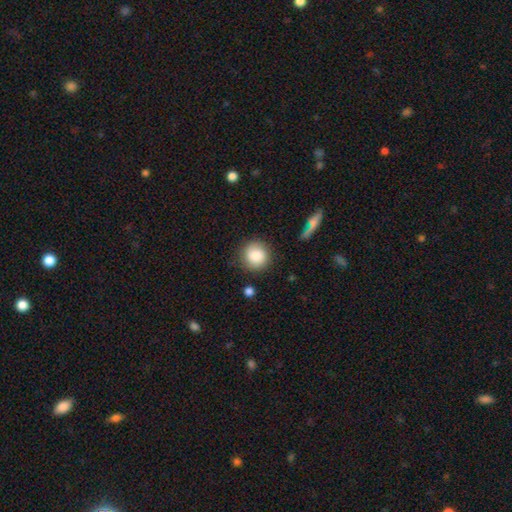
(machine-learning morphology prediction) The model was most divided on "merging": none: 82%, minor disturbance: 12%, major disturbance: 3%, merger: 2%. More confident: how rounded — round (91%); smooth or featured — smooth (84%).